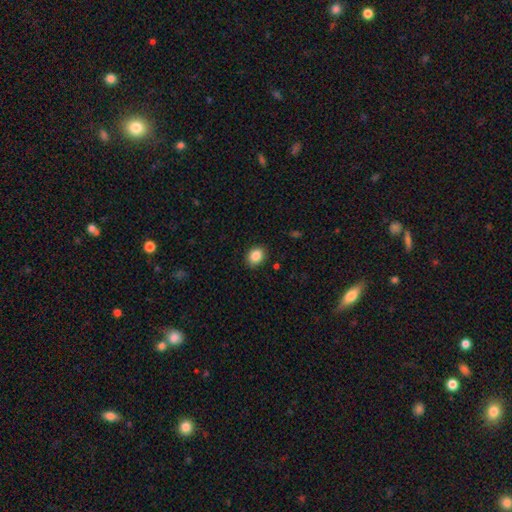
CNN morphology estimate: smooth-or-featured: smooth: 87% | star or artifact: 9% | featured or disk: 4%
  how-rounded: in between: 56% | round: 43% | cigar-shaped: 1%
  merging: none: 88% | minor disturbance: 8% | major disturbance: 2% | merger: 1%